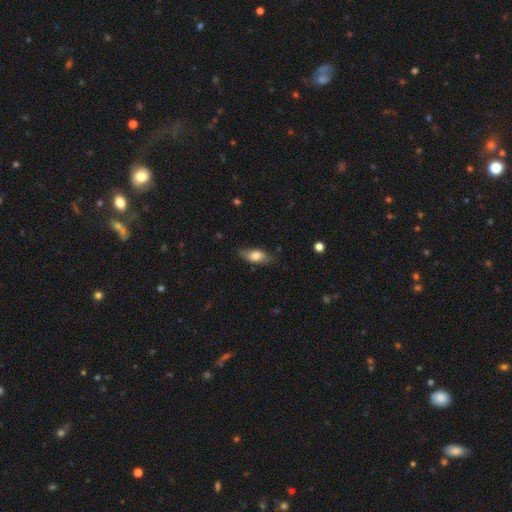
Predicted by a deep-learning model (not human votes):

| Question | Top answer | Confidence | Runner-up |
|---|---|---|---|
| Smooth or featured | smooth | 75% | featured or disk (18%) |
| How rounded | in between | 84% | cigar-shaped (12%) |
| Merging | none | 76% | minor disturbance (19%) |